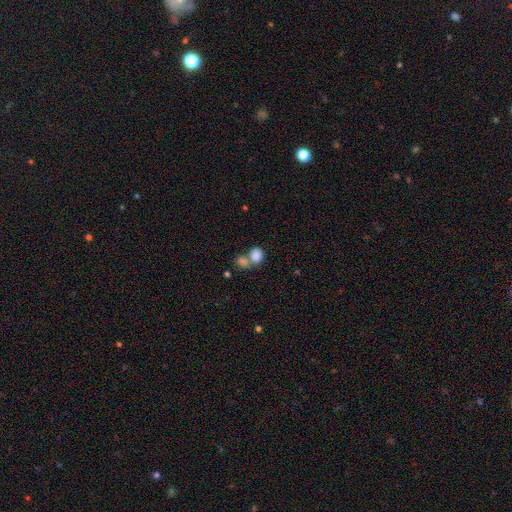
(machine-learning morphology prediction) Overall: smooth (84%). How rounded: round (60%; in between 38%). Merging: merger (56%; none 33%).